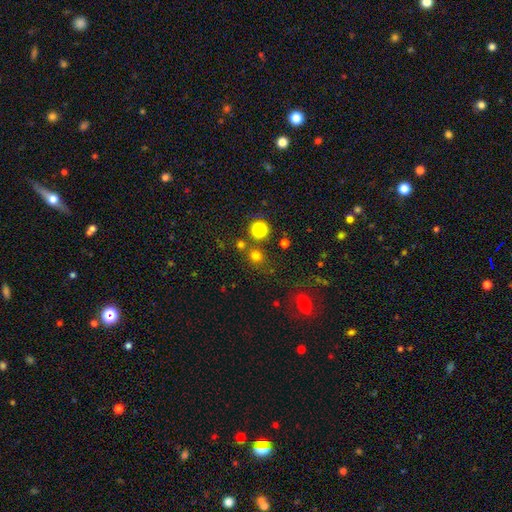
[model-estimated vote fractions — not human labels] A smooth galaxy with no disk features (72%) that is round (88%). Merging: none (74%).